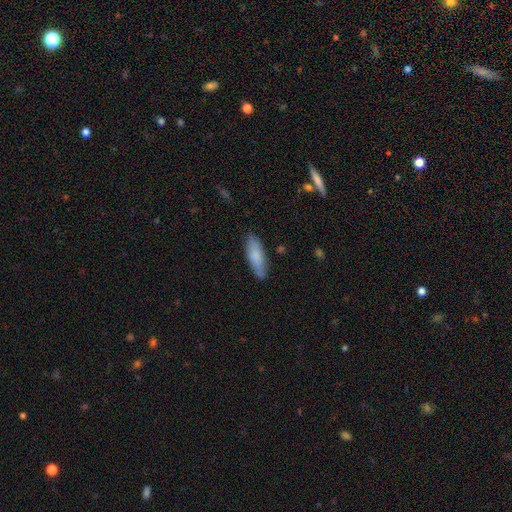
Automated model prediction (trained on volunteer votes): Smooth or featured?
  - smooth: 82% *
  - featured or disk: 13%
  - star or artifact: 6%
How rounded?
  - in between: 50% *
  - cigar-shaped: 48%
  - round: 2%
Merging?
  - none: 85% *
  - minor disturbance: 11%
  - major disturbance: 2%
  - merger: 1%